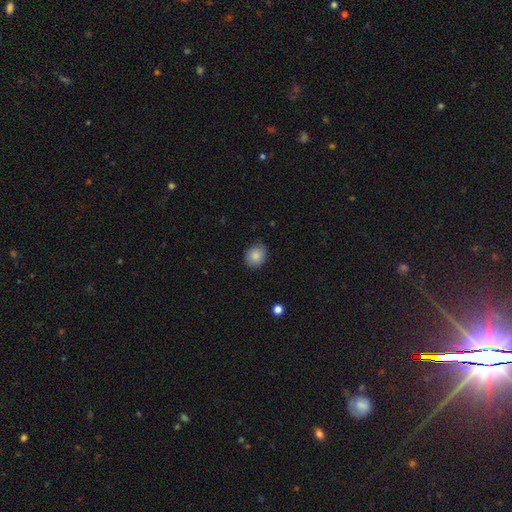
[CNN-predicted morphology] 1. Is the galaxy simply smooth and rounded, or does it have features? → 85% smooth, 8% star or artifact, 7% featured or disk.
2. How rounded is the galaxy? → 61% round, 38% in between, 1% cigar-shaped.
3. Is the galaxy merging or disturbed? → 79% none, 17% minor disturbance, 3% major disturbance, 1% merger.